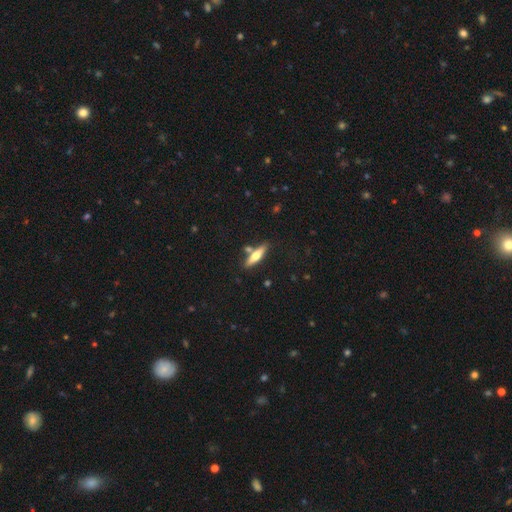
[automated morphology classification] Smooth or featured: smooth — 50% (featured or disk — 44%)
Merging: none — 75% (merger — 11%)